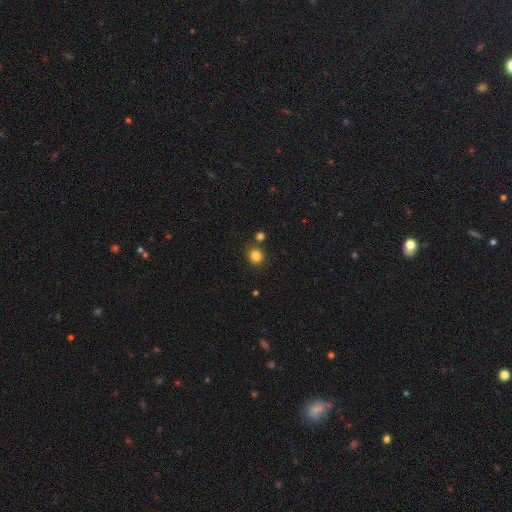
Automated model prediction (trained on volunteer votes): Q: Smooth or featured?
A: smooth (83%); runner-up: star or artifact (12%)
Q: How rounded?
A: round (82%); runner-up: in between (17%)
Q: Merging?
A: none (79%); runner-up: merger (9%)